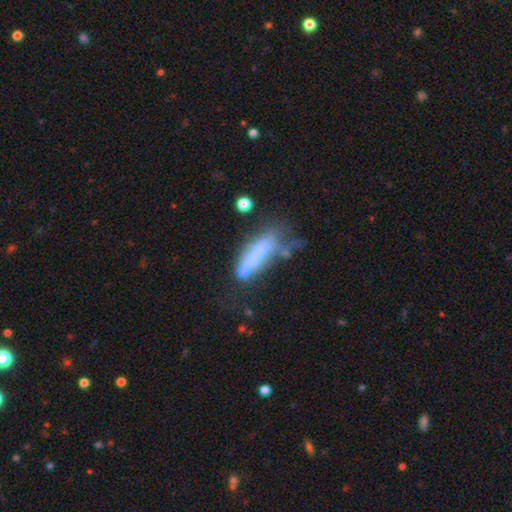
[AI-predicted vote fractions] smooth-or-featured: smooth: 59% | featured or disk: 31% | star or artifact: 10%
  how-rounded: cigar-shaped: 55% | in between: 43% | round: 2%
  merging: none: 34% | minor disturbance: 25% | major disturbance: 22% | merger: 19%